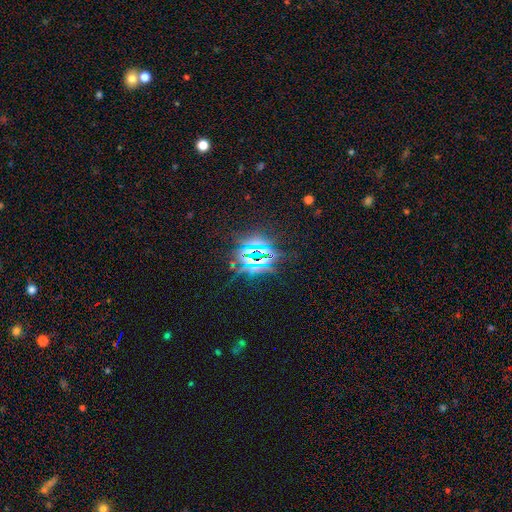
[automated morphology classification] Smooth or featured: star or artifact — 81% (featured or disk — 10%)